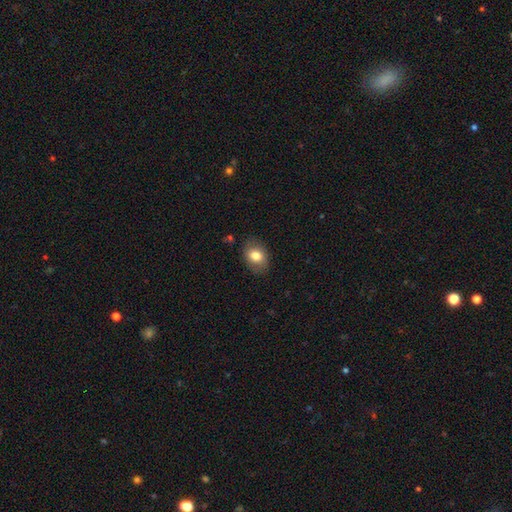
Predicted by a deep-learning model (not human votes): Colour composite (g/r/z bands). It shows a smooth galaxy with no disk features (80%) that is in between round and cigar-shaped (71%). Merging: none (82%).